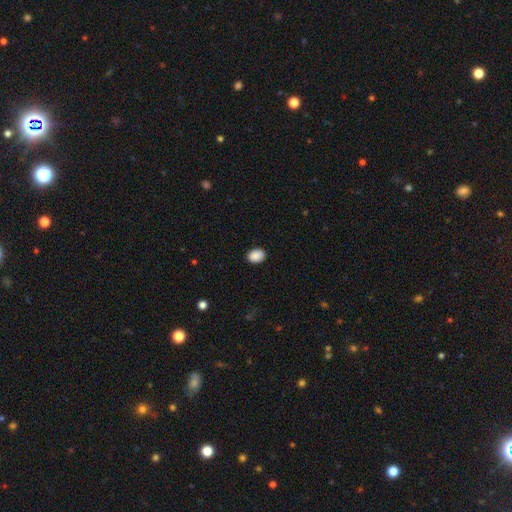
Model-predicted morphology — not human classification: Q: Smooth or featured?
A: smooth (90%); runner-up: star or artifact (8%)
Q: How rounded?
A: in between (70%); runner-up: round (29%)
Q: Merging?
A: none (89%); runner-up: minor disturbance (8%)